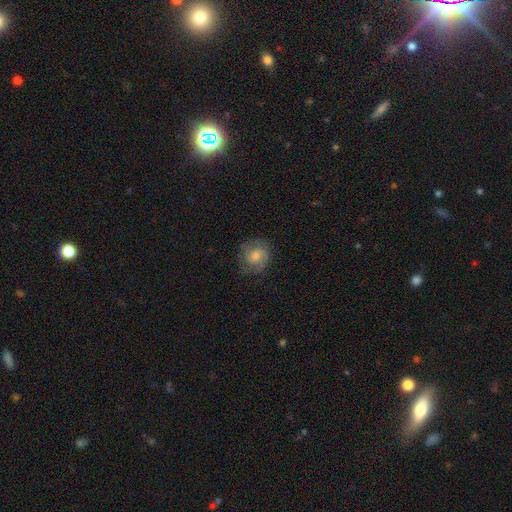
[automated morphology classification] Smooth or featured? Predicted: featured or disk (p=0.56). Edge-on disk? Predicted: no (p=0.97). Bar? Predicted: no (p=0.60). Spiral arms? Predicted: yes (p=0.88). Bulge size? Predicted: moderate (p=0.50). Merging? Predicted: none (p=0.77).